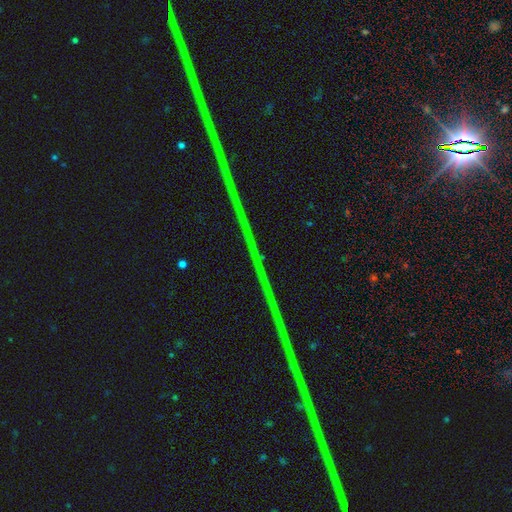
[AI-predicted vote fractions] This is clearly a star or artifact rather than a galaxy (89%).